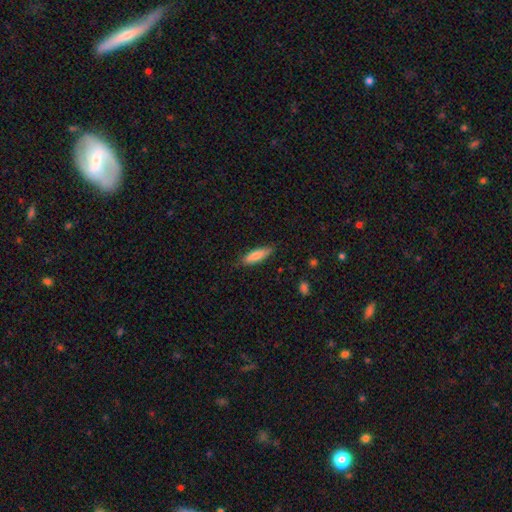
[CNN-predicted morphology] Q: Smooth or featured?
A: smooth (83%); runner-up: featured or disk (11%)
Q: How rounded?
A: cigar-shaped (55%); runner-up: in between (44%)
Q: Merging?
A: none (81%); runner-up: minor disturbance (16%)